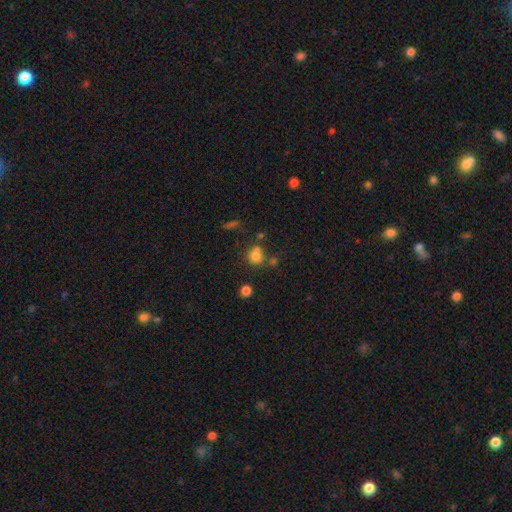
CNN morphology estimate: The model was most divided on "merging": none: 56%, merger: 24%, minor disturbance: 13%, major disturbance: 6%. More confident: how rounded — round (81%); smooth or featured — smooth (75%).